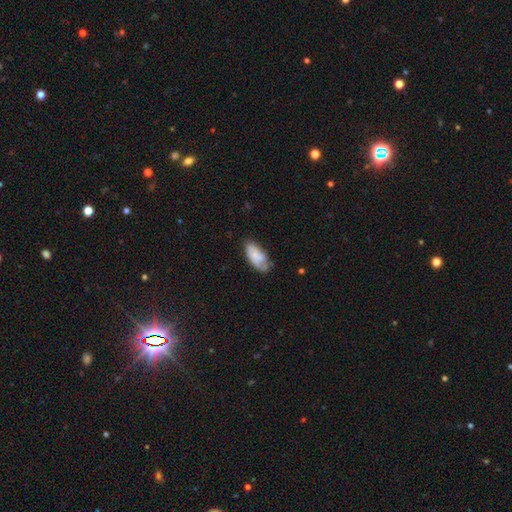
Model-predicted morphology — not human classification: This is likely a smooth galaxy (66%). How rounded: clearly in between (90%). Merging: possibly none (55%).